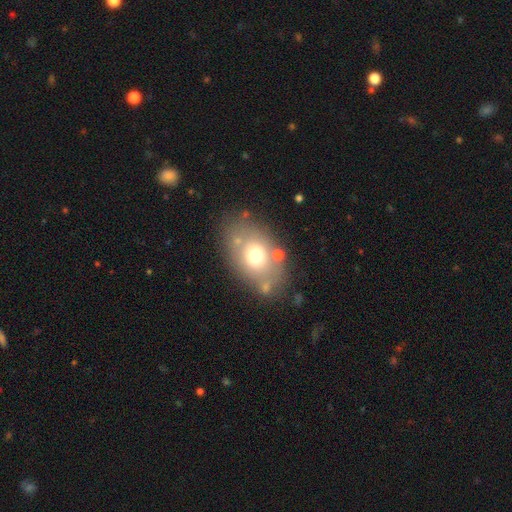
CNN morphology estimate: smooth-or-featured: smooth: 63% | featured or disk: 26% | star or artifact: 10%
  how-rounded: in between: 78% | round: 21% | cigar-shaped: 1%
  merging: none: 73% | minor disturbance: 14% | merger: 7% | major disturbance: 6%